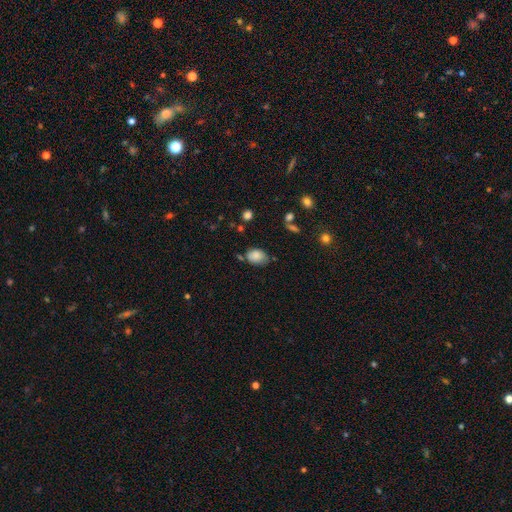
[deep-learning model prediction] Overall: smooth (84%). How rounded: in between (77%). Merging: none (59%; minor disturbance 28%).